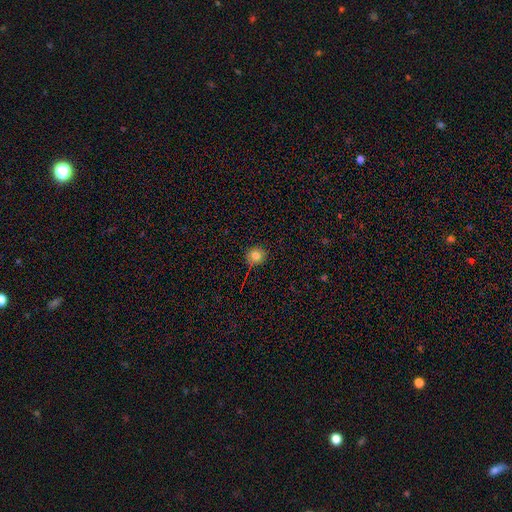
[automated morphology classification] This appears to be a smooth galaxy with no disk features (80%) that is round (87%). Merging: none (84%).